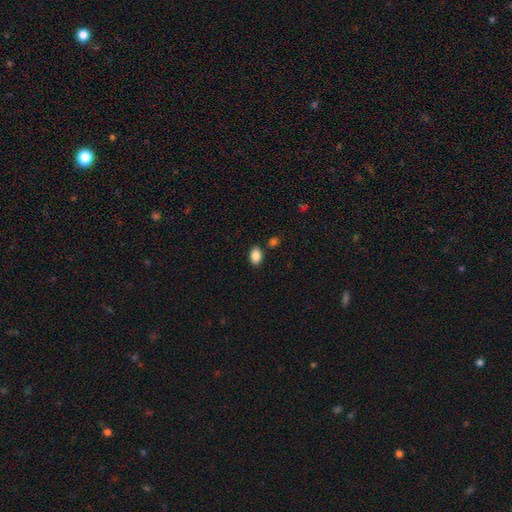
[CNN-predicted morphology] This appears to be a smooth galaxy with no disk features (87%) that is in between round and cigar-shaped (81%). Merging: none (82%).